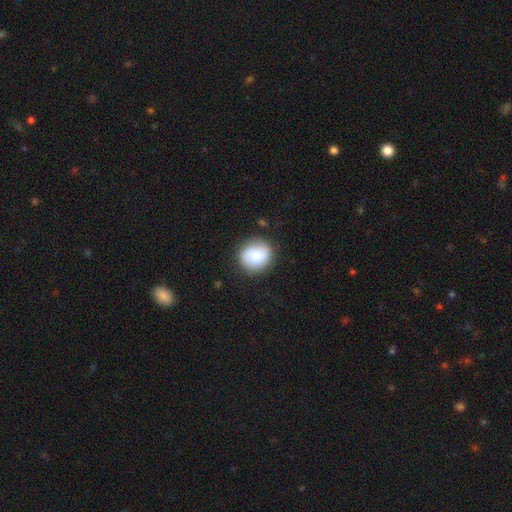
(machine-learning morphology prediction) smooth-or-featured: smooth: 76% | featured or disk: 17% | star or artifact: 8%
  how-rounded: round: 83% | in between: 16% | cigar-shaped: 1%
  merging: none: 81% | minor disturbance: 13% | major disturbance: 4% | merger: 2%